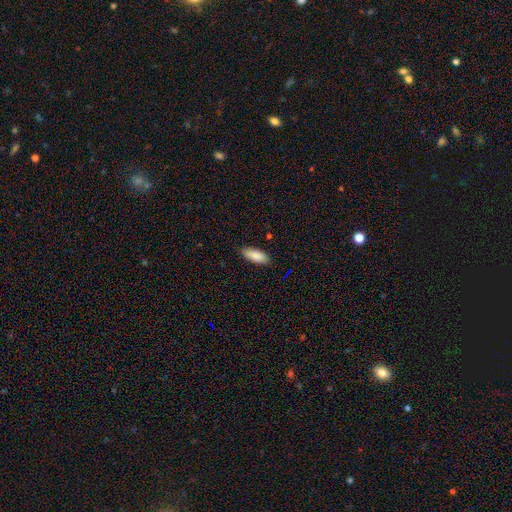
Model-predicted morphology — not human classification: Overall: smooth (88%). How rounded: in between (76%). Merging: none (87%).